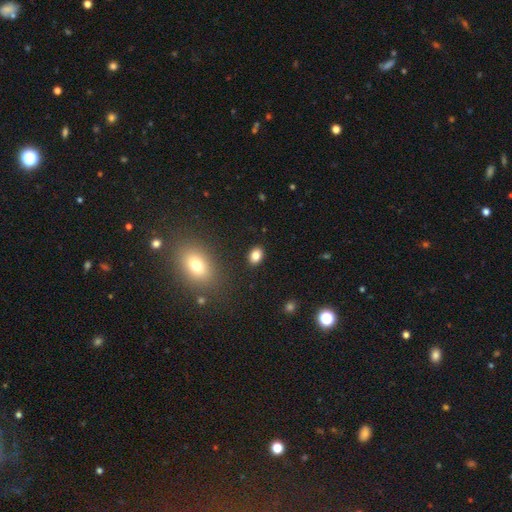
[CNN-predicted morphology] This is clearly a smooth galaxy (83%). How rounded: likely in between (73%). Merging: clearly none (88%).